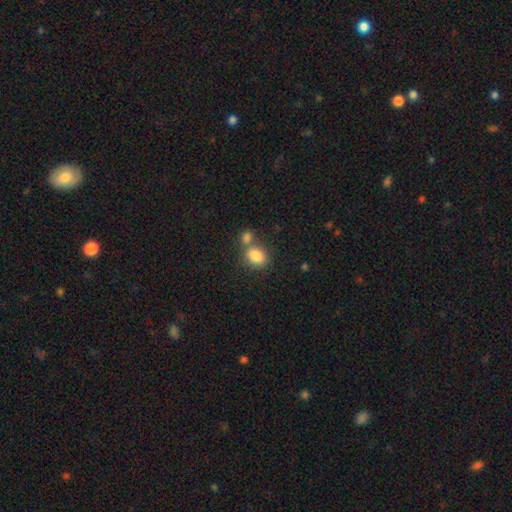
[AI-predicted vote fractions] Smooth or featured? Predicted: smooth (p=0.84). How rounded? Predicted: in between (p=0.63). Merging? Predicted: none (p=0.48).